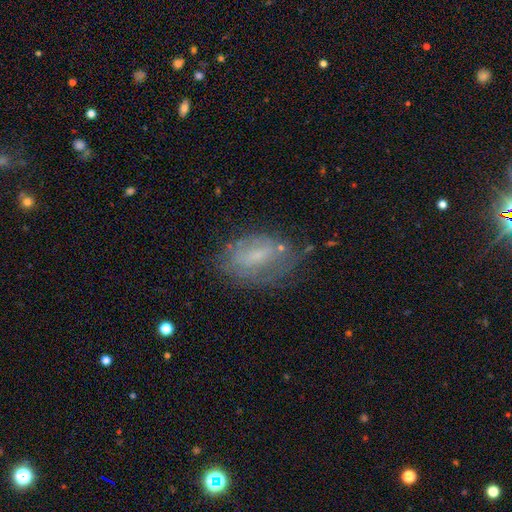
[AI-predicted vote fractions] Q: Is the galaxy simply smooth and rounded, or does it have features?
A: featured or disk — 49%.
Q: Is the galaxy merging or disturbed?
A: none — 56%.